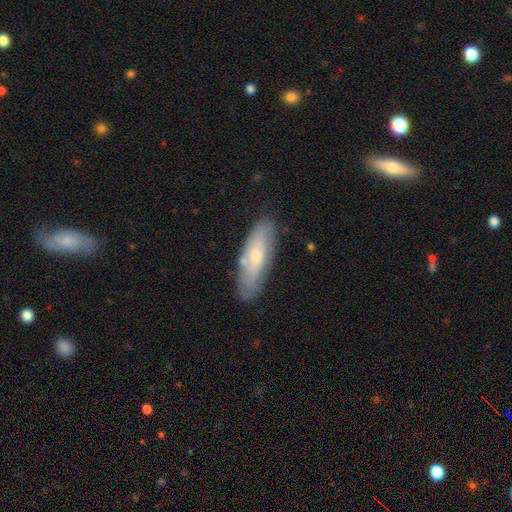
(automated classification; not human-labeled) Smooth or featured? Predicted: smooth (p=0.57). How rounded? Predicted: in between (p=0.54). Merging? Predicted: none (p=0.76).